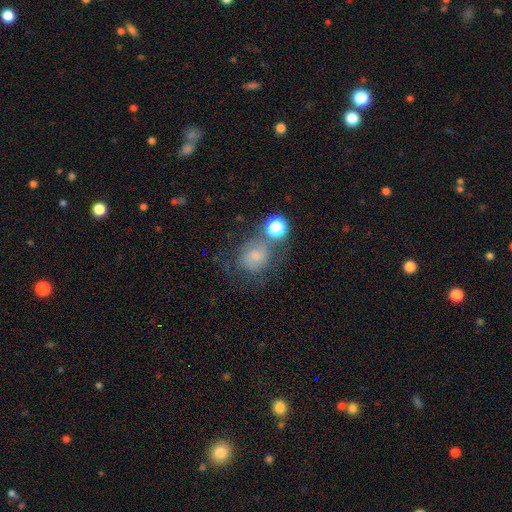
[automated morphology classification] Q: Smooth or featured?
A: smooth (55%); runner-up: featured or disk (29%)
Q: How rounded?
A: round (74%); runner-up: in between (25%)
Q: Merging?
A: none (46%); runner-up: merger (18%)